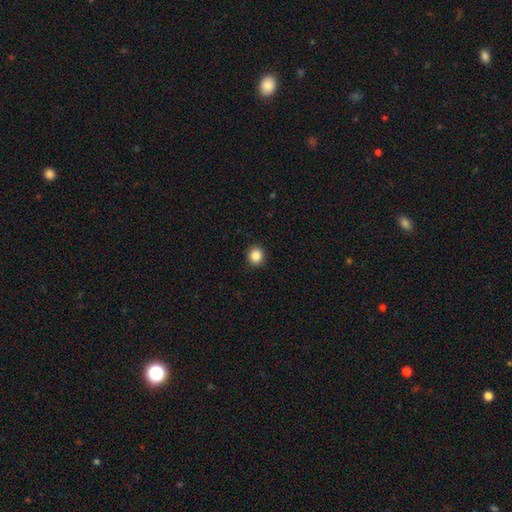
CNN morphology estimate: smooth-or-featured: smooth: 86% | star or artifact: 10% | featured or disk: 3%
  how-rounded: round: 90% | in between: 9% | cigar-shaped: 1%
  merging: none: 92% | minor disturbance: 5% | major disturbance: 2% | merger: 1%